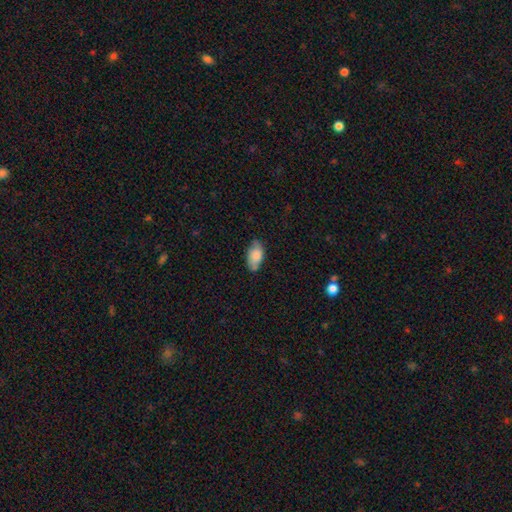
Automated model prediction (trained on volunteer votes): smooth-or-featured: smooth: 82% | featured or disk: 11% | star or artifact: 7%
  how-rounded: in between: 93% | round: 4% | cigar-shaped: 4%
  merging: none: 70% | minor disturbance: 23% | major disturbance: 4% | merger: 2%